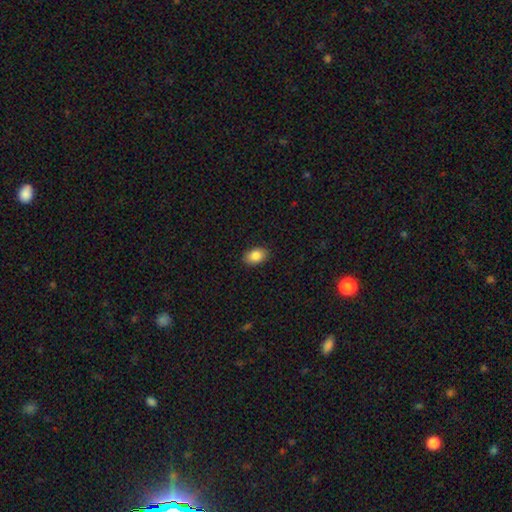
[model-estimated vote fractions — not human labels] Smooth or featured?
  - smooth: 86% *
  - star or artifact: 8%
  - featured or disk: 6%
How rounded?
  - in between: 85% *
  - round: 14%
  - cigar-shaped: 1%
Merging?
  - none: 89% *
  - minor disturbance: 8%
  - major disturbance: 2%
  - merger: 1%